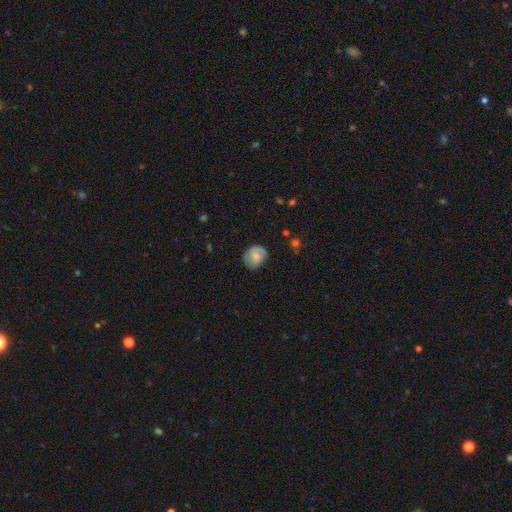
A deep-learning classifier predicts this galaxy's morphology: smooth_or_featured: smooth (p=0.61) [alt: featured or disk p=0.32]
how_rounded: round (p=0.62) [alt: in between p=0.37]
merging: none (p=0.72) [alt: minor disturbance p=0.21]